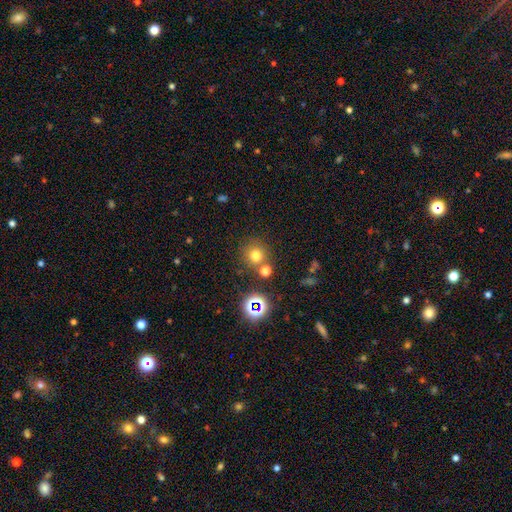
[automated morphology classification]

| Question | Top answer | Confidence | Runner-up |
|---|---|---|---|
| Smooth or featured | smooth | 70% | star or artifact (22%) |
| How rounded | round | 91% | in between (8%) |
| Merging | none | 73% | merger (15%) |